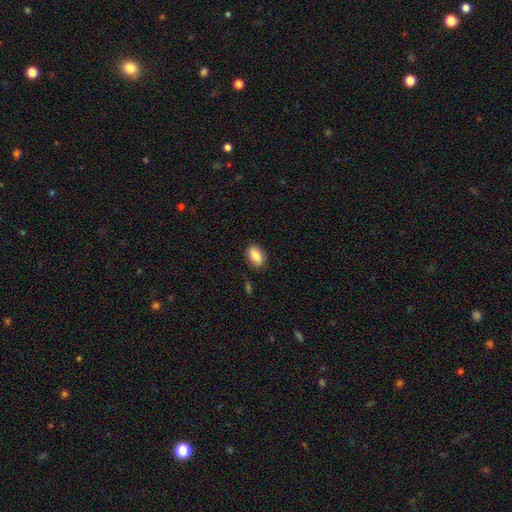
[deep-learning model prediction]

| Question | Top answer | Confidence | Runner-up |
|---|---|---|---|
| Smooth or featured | smooth | 86% | star or artifact (7%) |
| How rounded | in between | 88% | round (10%) |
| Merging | none | 85% | minor disturbance (11%) |